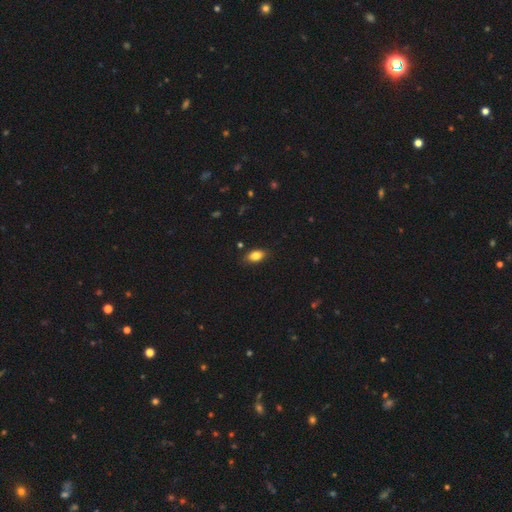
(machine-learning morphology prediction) This appears to be a smooth galaxy with no disk features (82%) that is in between round and cigar-shaped (87%). Merging: none (83%).